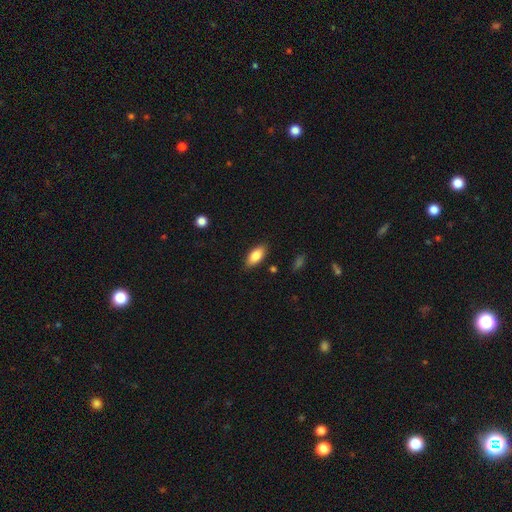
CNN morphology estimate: Smooth or featured? smooth (84%)
How rounded? in between (88%)
Merging? none (86%)